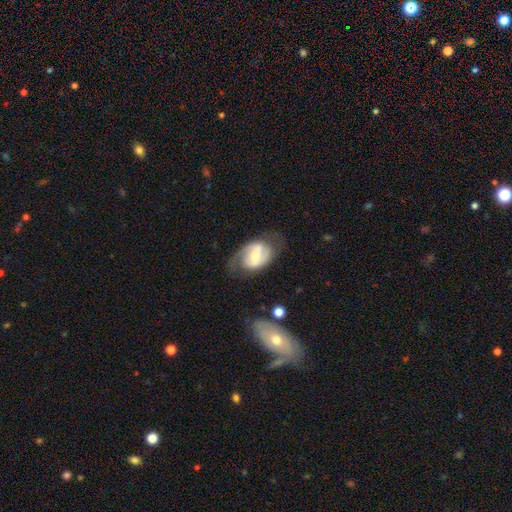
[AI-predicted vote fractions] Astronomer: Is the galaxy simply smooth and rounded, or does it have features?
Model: featured or disk — 68%.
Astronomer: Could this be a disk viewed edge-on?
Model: no — 96%.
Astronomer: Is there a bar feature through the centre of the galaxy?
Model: weak — 45% (runner-up: strong, 30%).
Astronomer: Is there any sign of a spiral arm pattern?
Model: yes — 80%.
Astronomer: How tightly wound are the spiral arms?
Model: medium — 47% (runner-up: tight, 29%).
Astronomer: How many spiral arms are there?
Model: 2 — 79%.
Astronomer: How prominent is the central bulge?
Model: moderate — 46% (runner-up: small, 42%).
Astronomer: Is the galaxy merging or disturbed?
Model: none — 60%.